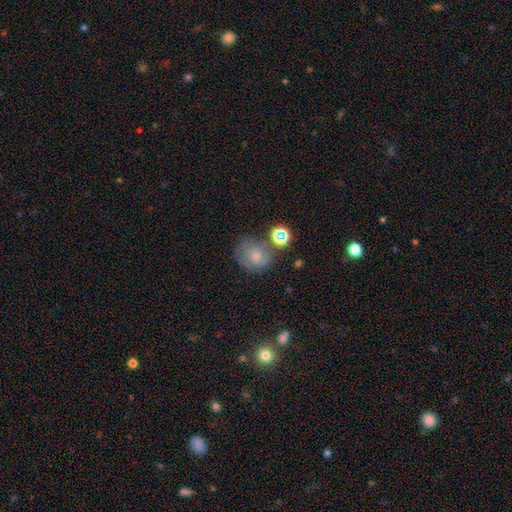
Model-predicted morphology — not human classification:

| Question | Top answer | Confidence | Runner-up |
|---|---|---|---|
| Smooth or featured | smooth | 67% | featured or disk (19%) |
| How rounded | round | 75% | in between (24%) |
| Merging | none | 56% | minor disturbance (21%) |